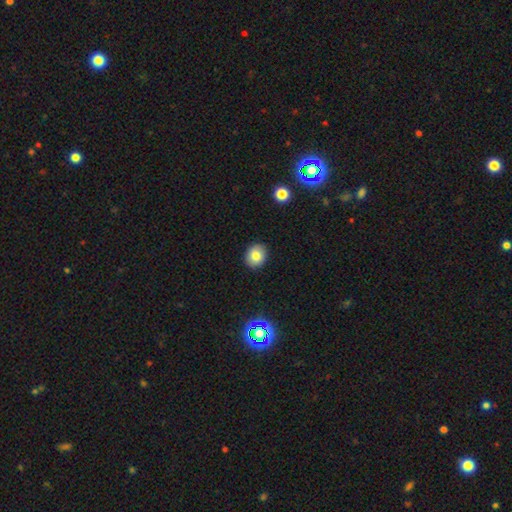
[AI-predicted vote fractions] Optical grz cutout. It shows a smooth galaxy with no disk features (80%) that is round (67%). Merging: none (91%).